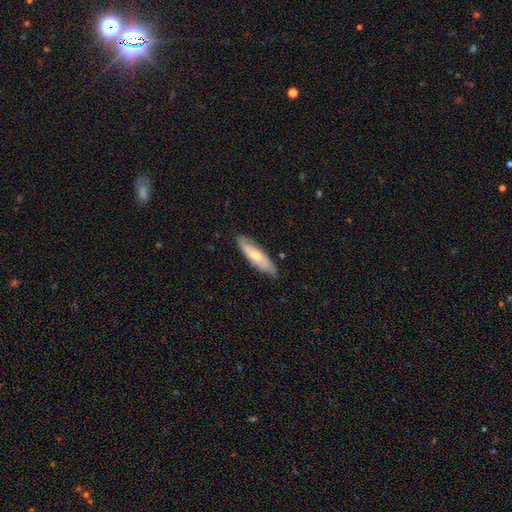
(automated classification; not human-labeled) Smooth or featured?
  - smooth: 57% *
  - featured or disk: 37%
  - star or artifact: 5%
How rounded?
  - cigar-shaped: 62% *
  - in between: 36%
  - round: 2%
Merging?
  - none: 83% *
  - minor disturbance: 13%
  - major disturbance: 2%
  - merger: 1%